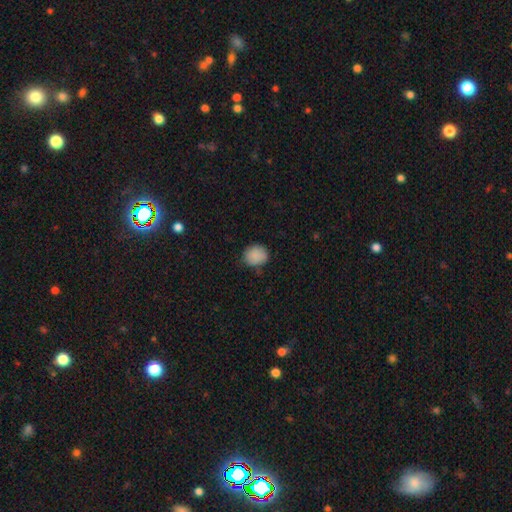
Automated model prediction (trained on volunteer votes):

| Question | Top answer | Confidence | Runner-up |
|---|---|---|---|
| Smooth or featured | smooth | 88% | star or artifact (8%) |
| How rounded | round | 63% | in between (36%) |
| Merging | none | 74% | minor disturbance (21%) |